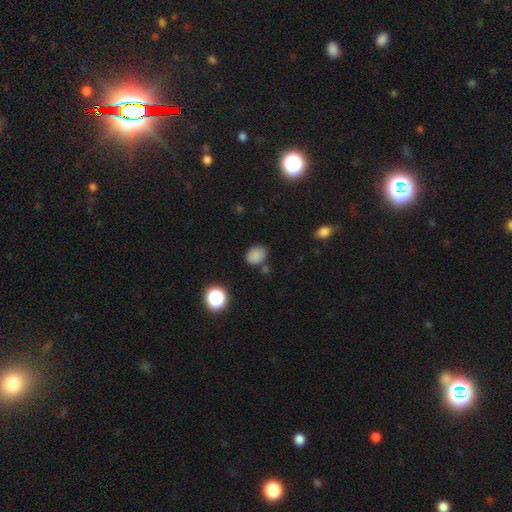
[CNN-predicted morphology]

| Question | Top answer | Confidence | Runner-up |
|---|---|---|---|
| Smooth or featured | smooth | 82% | star or artifact (13%) |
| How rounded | in between | 55% | round (44%) |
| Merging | none | 73% | minor disturbance (17%) |